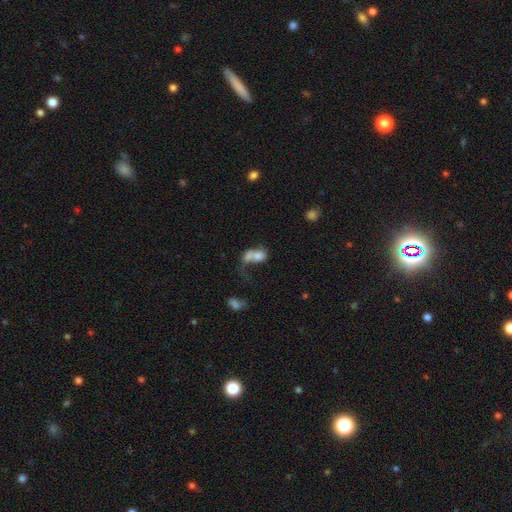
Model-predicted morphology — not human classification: Overall: smooth (64%; featured or disk 25%). How rounded: in between (62%; round 35%). Merging: merger (66%).